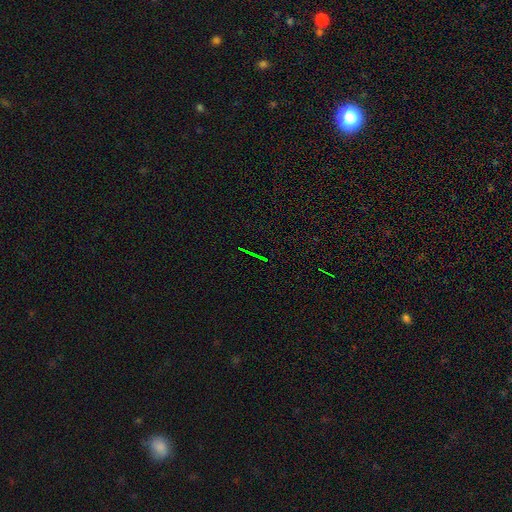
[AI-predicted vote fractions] star or artifact 73%, featured or disk 15%, smooth 12%.